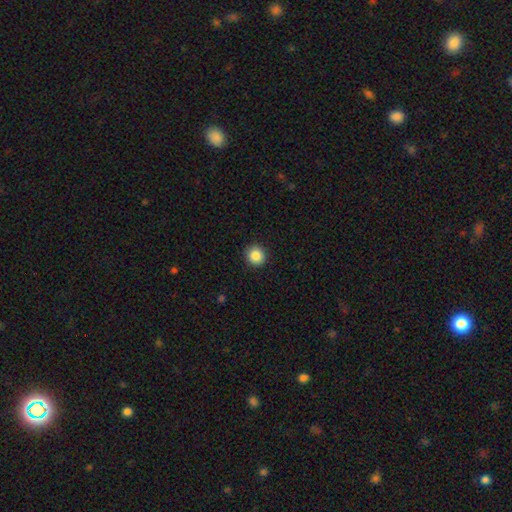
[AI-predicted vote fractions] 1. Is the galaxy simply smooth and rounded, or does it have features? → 87% smooth, 9% star or artifact, 4% featured or disk.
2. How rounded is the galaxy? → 93% round, 6% in between, 1% cigar-shaped.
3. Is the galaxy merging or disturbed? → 92% none, 5% minor disturbance, 2% major disturbance, 1% merger.